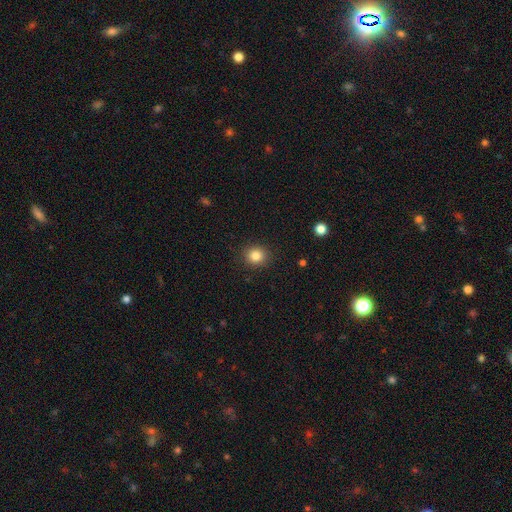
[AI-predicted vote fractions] A smooth galaxy with no disk features (84%) that is round (81%). Merging: none (89%).